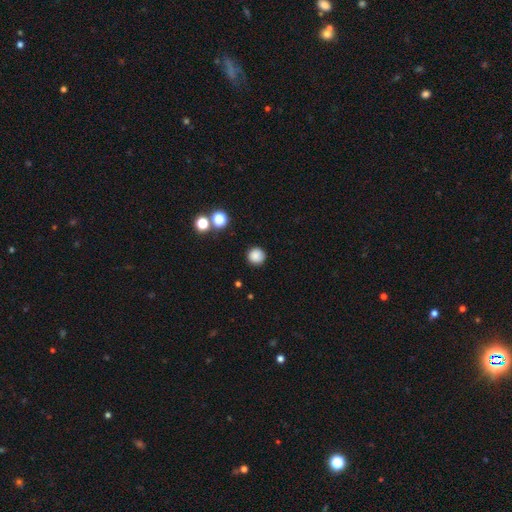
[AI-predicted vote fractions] Smooth or featured: smooth — 85% (star or artifact — 11%)
How rounded: round — 95% (in between — 4%)
Merging: none — 89% (minor disturbance — 7%)